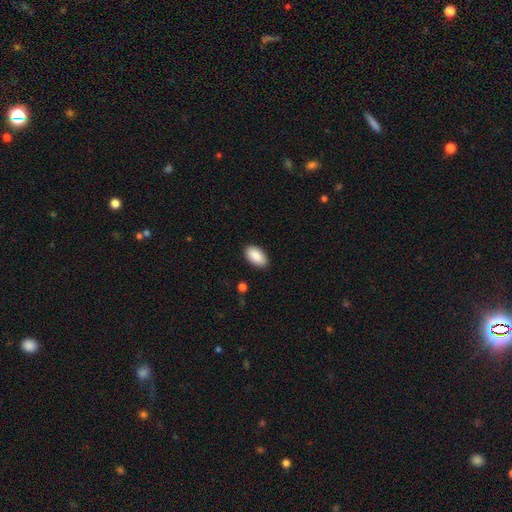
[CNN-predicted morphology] The model was most divided on "merging": none: 89%, minor disturbance: 9%, major disturbance: 2%, merger: 1%. More confident: how rounded — in between (95%); smooth or featured — smooth (90%).